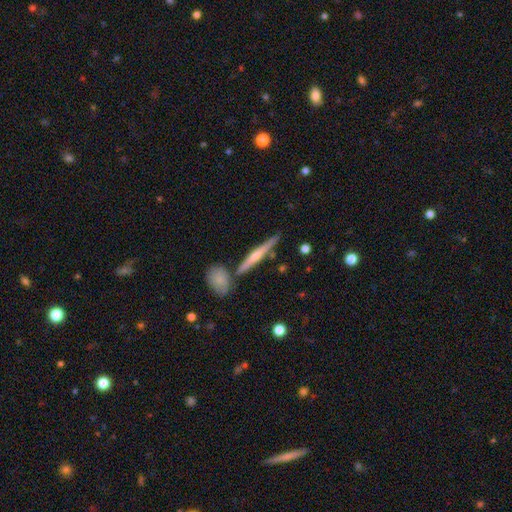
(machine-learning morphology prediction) This is likely a featured or disk galaxy (68%). It is clearly viewed edge-on (96%). Edge-on bulge: likely rounded (78%). Merging: likely none (79%).